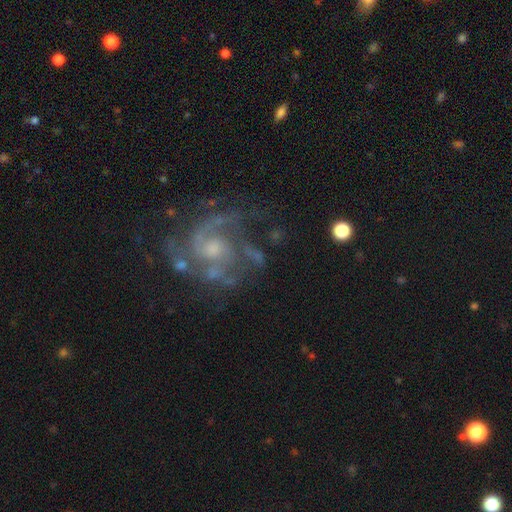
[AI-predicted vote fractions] The model was most divided on "bulge size": moderate: 45%, small: 40%, none: 9%, large: 5%, dominant: 1%. Remaining: edge-on disk — no (98%); spiral arms — yes (93%); smooth or featured — featured or disk (83%); bar — no (65%); merging — none (58%); spiral winding — medium (49%); spiral arm count — 2 (43%).